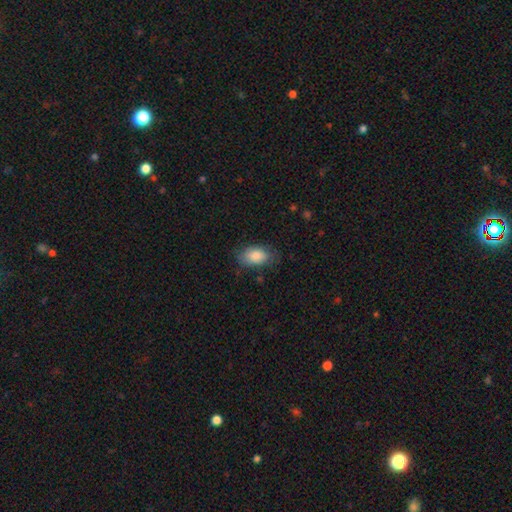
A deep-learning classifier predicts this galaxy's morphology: A smooth galaxy with no disk features (85%) that is in between round and cigar-shaped (91%).

Vote fractions:
- Smooth or featured? smooth: 85% / featured or disk: 8% / star or artifact: 7%
- How rounded? in between: 91% / round: 8% / cigar-shaped: 2%
- Merging? none: 74% / minor disturbance: 20% / major disturbance: 5% / merger: 1%